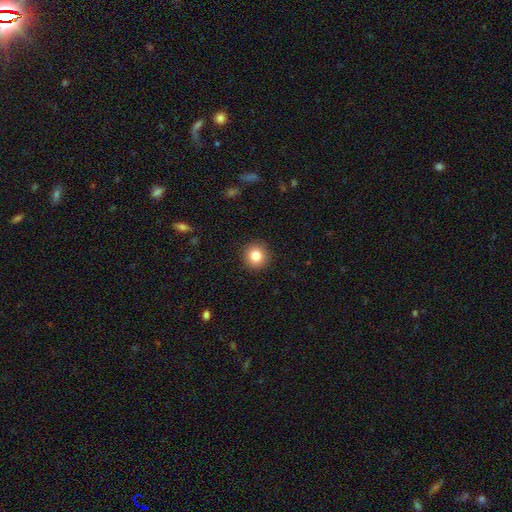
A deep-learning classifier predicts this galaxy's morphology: smooth 83%, star or artifact 10%, featured or disk 7%. Down the decision tree: how rounded — round (92%); merging — none (92%).